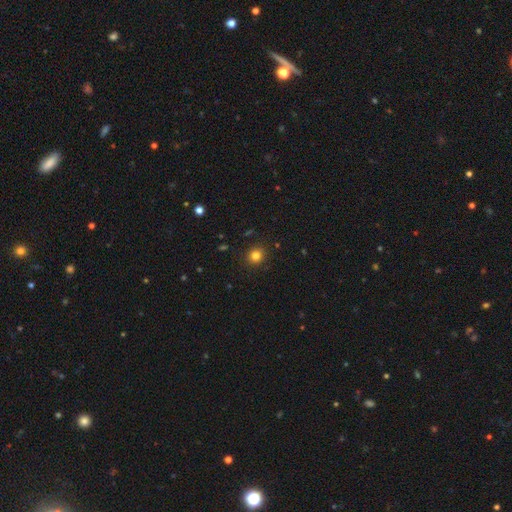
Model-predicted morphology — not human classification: Q: Smooth or featured?
A: smooth (82%); runner-up: star or artifact (13%)
Q: How rounded?
A: round (87%); runner-up: in between (12%)
Q: Merging?
A: none (91%); runner-up: minor disturbance (6%)